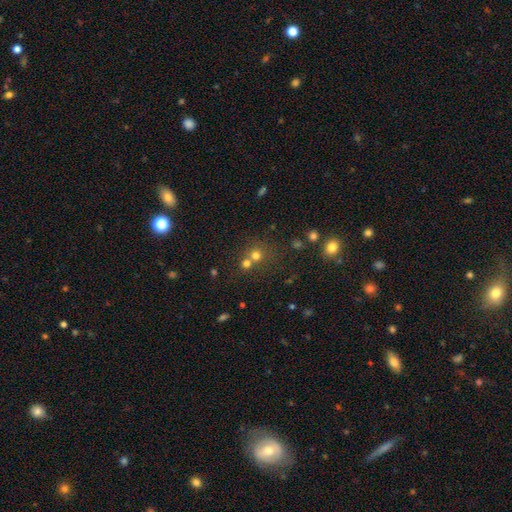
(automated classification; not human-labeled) Overall: smooth (68%). How rounded: round (87%). Merging: none (51%; merger 39%).